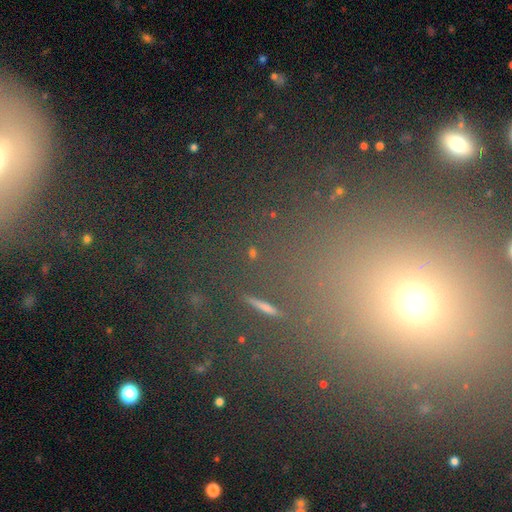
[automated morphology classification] This appears to be a star or artifact, not a galaxy (48%).